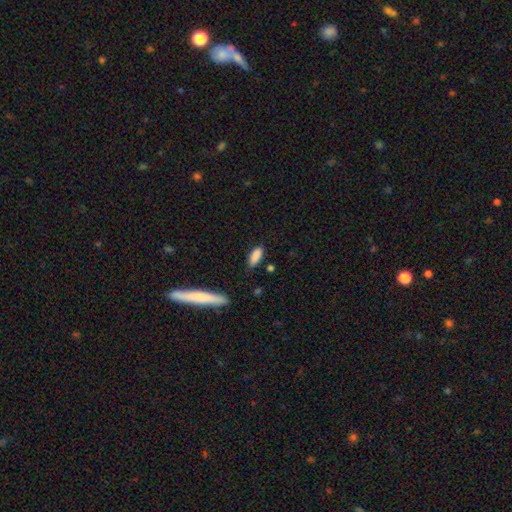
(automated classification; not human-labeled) This appears to be a smooth galaxy with no disk features (87%) that is in between round and cigar-shaped (72%). Merging: none (78%).